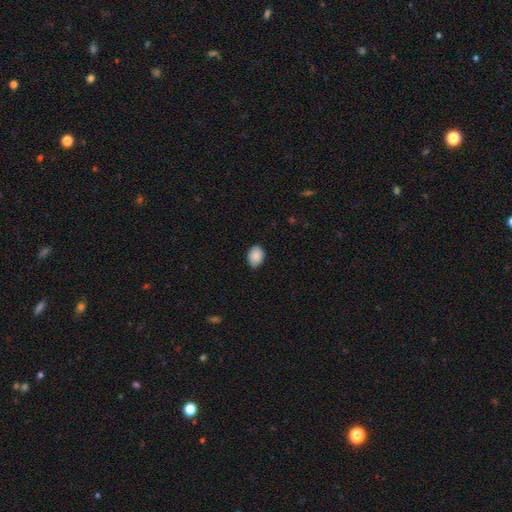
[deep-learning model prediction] This appears to be a smooth galaxy with no disk features (89%) that is in between round and cigar-shaped (76%). Merging: none (82%).